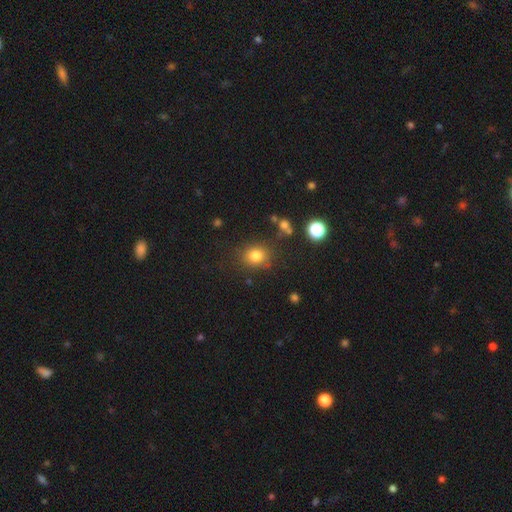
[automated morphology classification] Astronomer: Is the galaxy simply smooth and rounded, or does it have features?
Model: smooth — 80%.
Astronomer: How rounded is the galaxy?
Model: round — 72%.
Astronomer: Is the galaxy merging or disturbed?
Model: none — 81%.